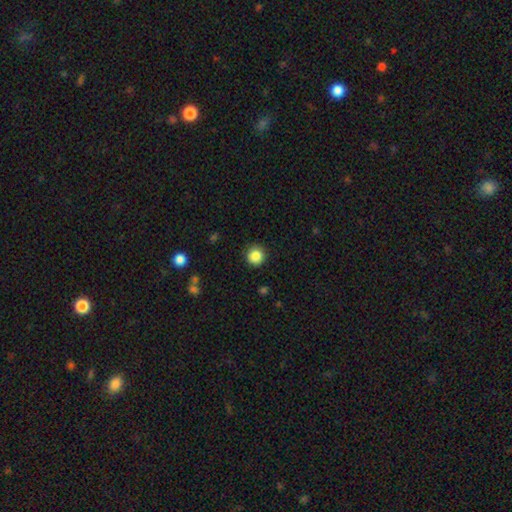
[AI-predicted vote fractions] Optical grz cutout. It shows a smooth galaxy with no disk features (87%) that is round (95%). Merging: none (90%).